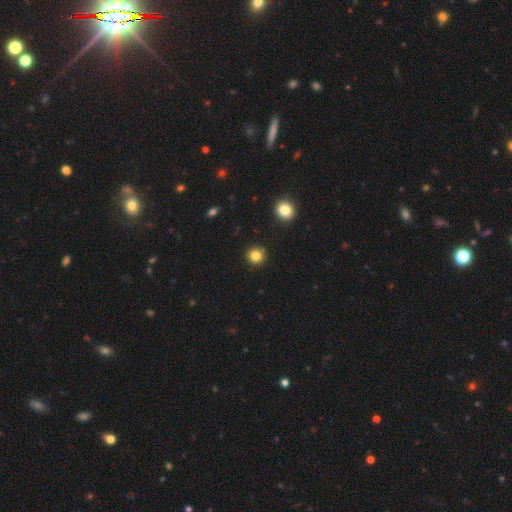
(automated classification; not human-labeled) Smooth or featured?
  - smooth: 83% *
  - star or artifact: 12%
  - featured or disk: 5%
How rounded?
  - round: 92% *
  - in between: 7%
  - cigar-shaped: 1%
Merging?
  - none: 91% *
  - minor disturbance: 5%
  - major disturbance: 2%
  - merger: 2%